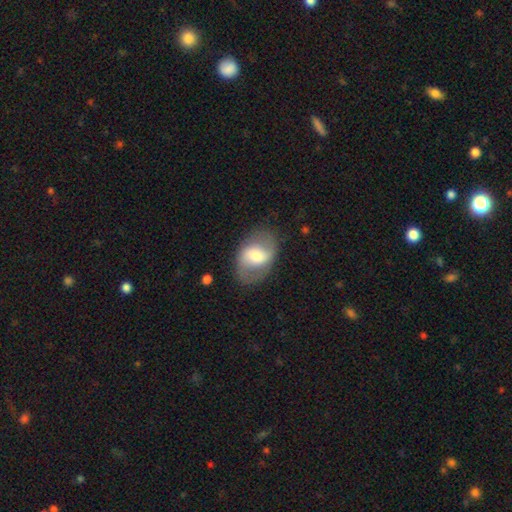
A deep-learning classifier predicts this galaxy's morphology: type=featured or disk (56%); edge-on=no (95%); bar=weak (44%); spiral arms=yes (72%); bulge=moderate (53%); merging=none (75%).